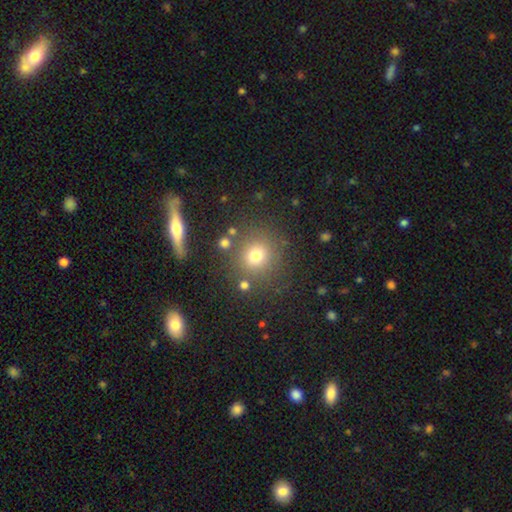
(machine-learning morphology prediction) smooth 72%, star or artifact 18%, featured or disk 9%. Down the decision tree: how rounded — round (90%); merging — none (80%).